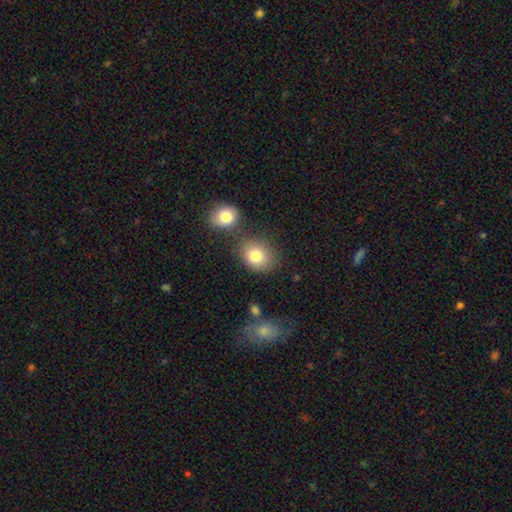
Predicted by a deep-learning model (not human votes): smooth-or-featured: smooth: 81% | star or artifact: 10% | featured or disk: 9%
  how-rounded: round: 62% | in between: 37% | cigar-shaped: 1%
  merging: none: 66% | merger: 15% | minor disturbance: 14% | major disturbance: 5%